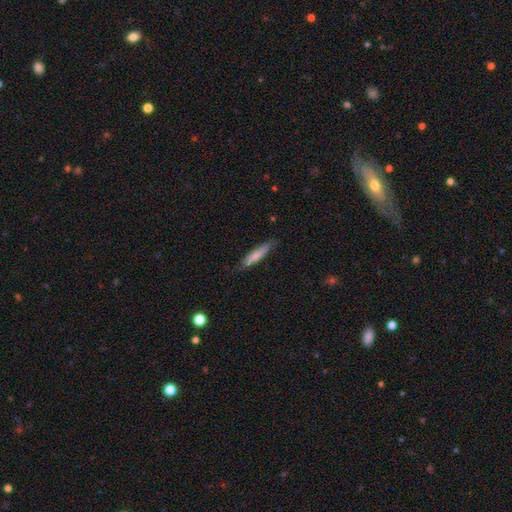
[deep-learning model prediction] This appears to be a smooth galaxy with no disk features (72%) that is cigar-shaped (84%). Merging: none (80%).